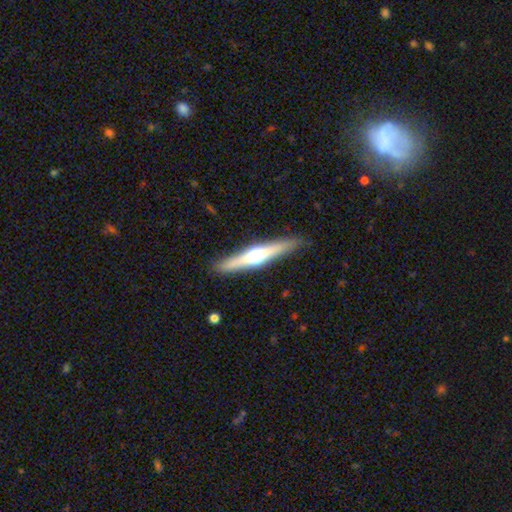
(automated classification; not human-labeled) Q: Smooth or featured?
A: featured or disk (69%); runner-up: smooth (26%)
Q: Edge-on disk?
A: yes (97%); runner-up: no (3%)
Q: Edge-on bulge?
A: rounded (94%); runner-up: boxy (3%)
Q: Merging?
A: none (90%); runner-up: minor disturbance (7%)